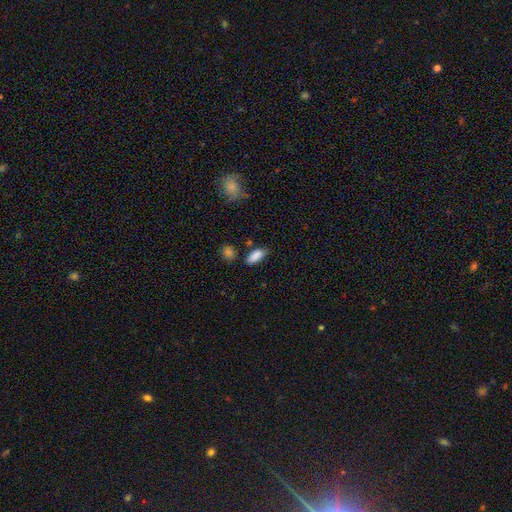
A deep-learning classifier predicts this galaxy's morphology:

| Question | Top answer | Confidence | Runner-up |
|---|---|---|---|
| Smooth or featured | smooth | 88% | star or artifact (7%) |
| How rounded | in between | 83% | cigar-shaped (14%) |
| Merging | none | 76% | minor disturbance (16%) |